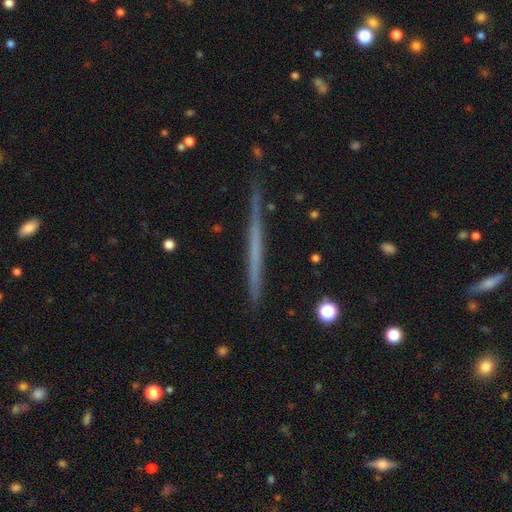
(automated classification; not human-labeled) The model was most divided on "smooth or featured": featured or disk: 58%, smooth: 33%, star or artifact: 9%. More confident: edge-on disk — yes (97%); merging — none (89%); edge-on bulge — none (84%).